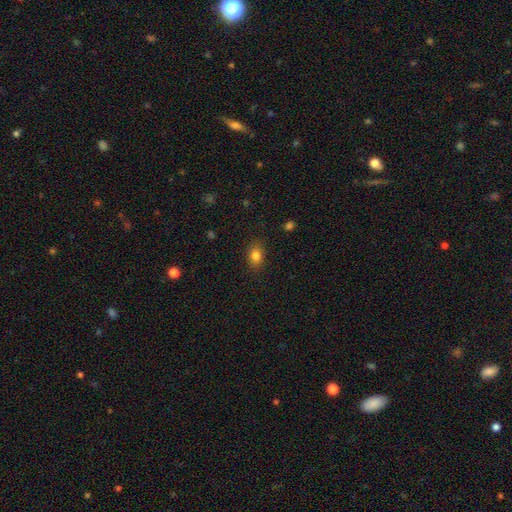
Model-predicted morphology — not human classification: smooth 82%, star or artifact 11%, featured or disk 7%. Down the decision tree: how rounded — in between (68%); merging — none (86%).